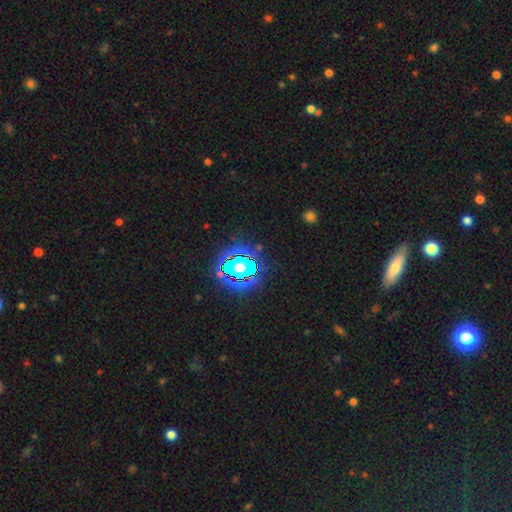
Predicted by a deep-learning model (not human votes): Smooth or featured? star or artifact (74%)